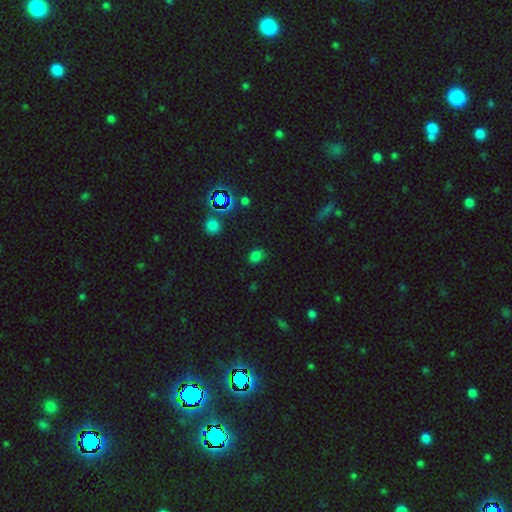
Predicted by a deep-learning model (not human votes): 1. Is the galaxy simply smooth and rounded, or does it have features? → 70% smooth, 25% star or artifact, 5% featured or disk.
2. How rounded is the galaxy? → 49% round (tied), 49% in between (tied), 1% cigar-shaped.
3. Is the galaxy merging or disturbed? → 78% none, 15% minor disturbance, 4% major disturbance, 2% merger.